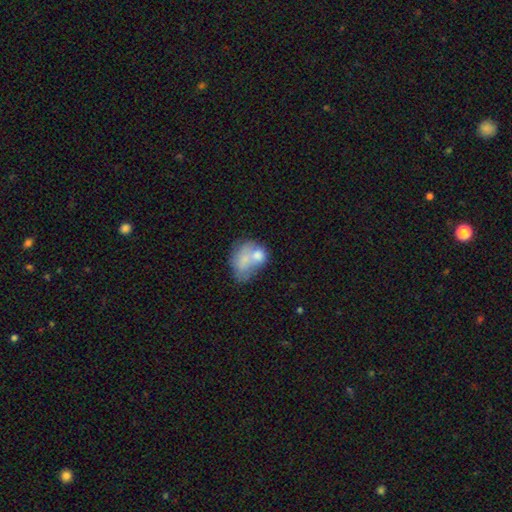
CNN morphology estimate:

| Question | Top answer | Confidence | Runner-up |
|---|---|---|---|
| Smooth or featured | smooth | 60% | featured or disk (30%) |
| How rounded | in between | 69% | round (29%) |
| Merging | merger | 44% | none (23%) |